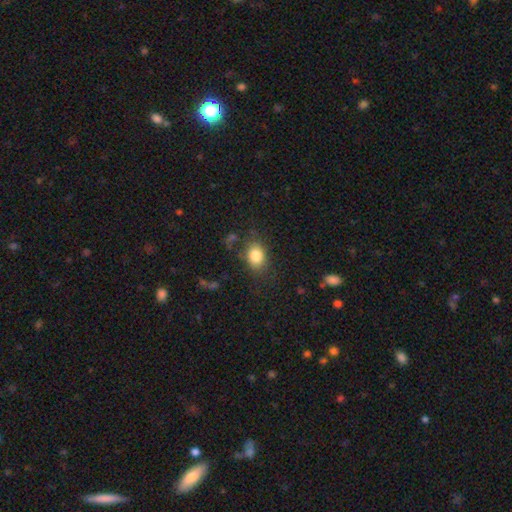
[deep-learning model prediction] A smooth galaxy with no disk features (82%) that is in between round and cigar-shaped (66%).

Vote fractions:
- Smooth or featured? smooth: 82% / star or artifact: 9% / featured or disk: 8%
- How rounded? in between: 66% / round: 33% / cigar-shaped: 1%
- Merging? none: 75% / minor disturbance: 16% / major disturbance: 6% / merger: 2%